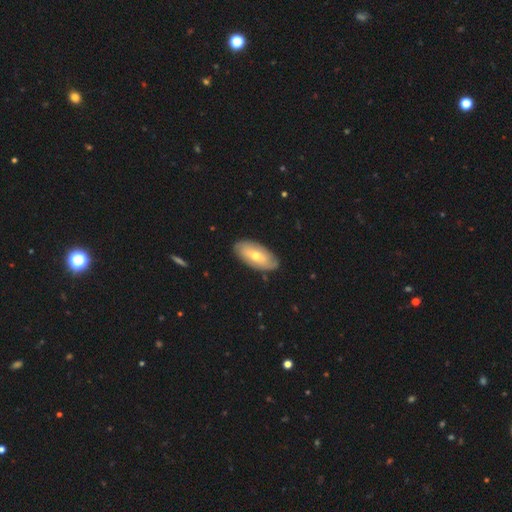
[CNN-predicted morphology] A smooth galaxy with no disk features (49%).

Vote fractions:
- Smooth or featured? smooth: 49% / featured or disk: 46% / star or artifact: 5%
- Merging? none: 85% / minor disturbance: 11% / major disturbance: 2% / merger: 1%